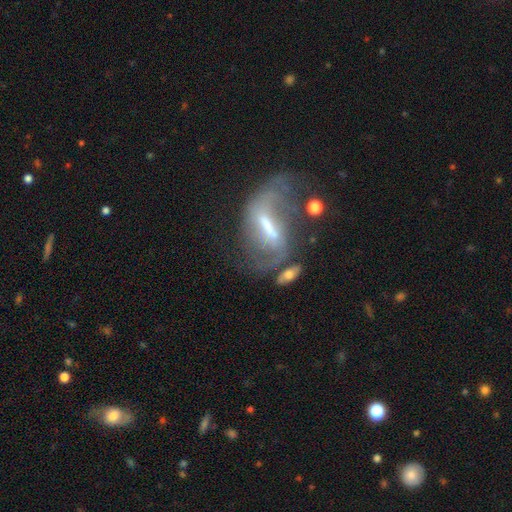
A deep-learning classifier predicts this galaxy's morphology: smooth-or-featured: featured or disk: 72% | smooth: 16% | star or artifact: 12%
  disk-edge-on: no: 88% | yes: 12%
    bar: strong: 47% | weak: 39% | no: 13%
    has-spiral-arms: yes: 76% | no: 24%
    bulge-size: moderate: 40% | small: 36% | none: 14% | large: 8% | dominant: 2%
  merging: none: 38% | major disturbance: 27% | minor disturbance: 20% | merger: 15%